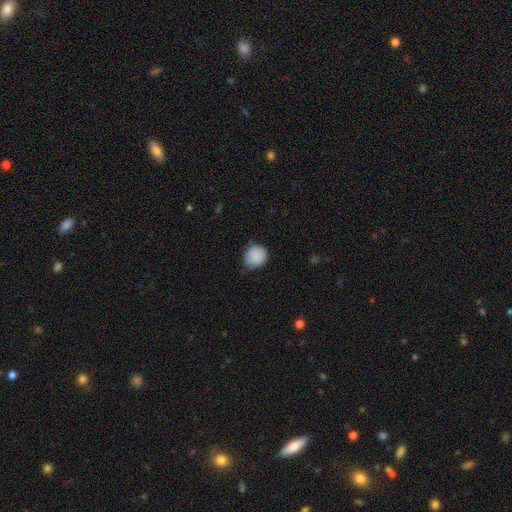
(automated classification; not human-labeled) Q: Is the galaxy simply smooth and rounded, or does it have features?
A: smooth — 88%.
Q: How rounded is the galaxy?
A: round — 84%.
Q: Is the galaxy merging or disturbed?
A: none — 63%.